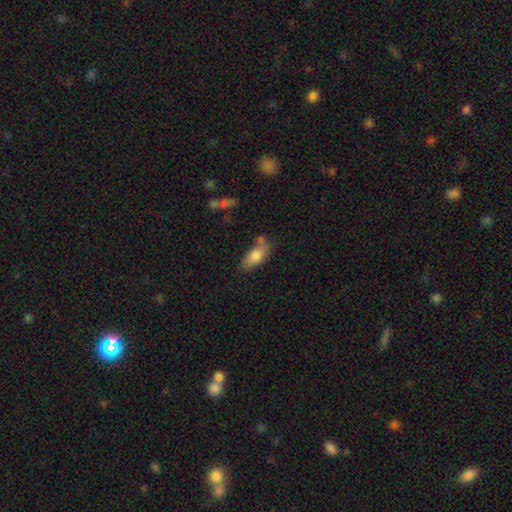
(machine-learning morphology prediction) The model was most divided on "merging": none: 58%, minor disturbance: 23%, merger: 12%, major disturbance: 6%. More confident: how rounded — in between (83%); smooth or featured — smooth (78%).